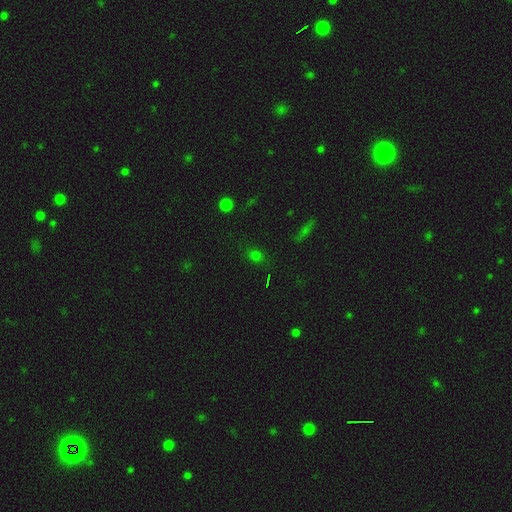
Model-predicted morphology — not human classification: Q: Smooth or featured?
A: smooth (61%); runner-up: star or artifact (32%)
Q: How rounded?
A: round (51%); runner-up: in between (46%)
Q: Merging?
A: none (81%); runner-up: minor disturbance (12%)